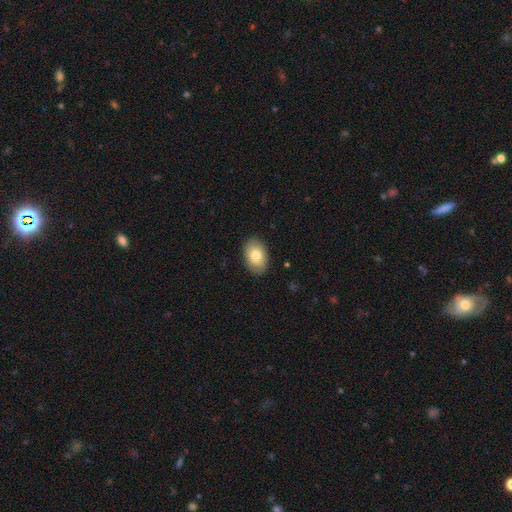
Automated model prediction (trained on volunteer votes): Smooth or featured? smooth (79%)
How rounded? in between (87%)
Merging? none (88%)